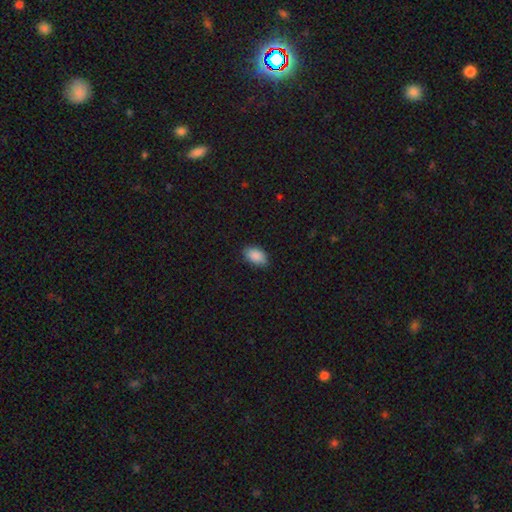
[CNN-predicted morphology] Smooth or featured? Predicted: smooth (p=0.89). How rounded? Predicted: in between (p=0.93). Merging? Predicted: none (p=0.84).